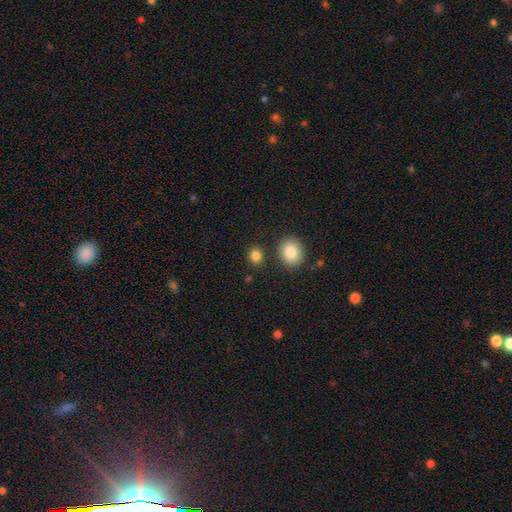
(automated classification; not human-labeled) This appears to be a smooth galaxy with no disk features (85%) that is round (69%). Merging: none (81%).